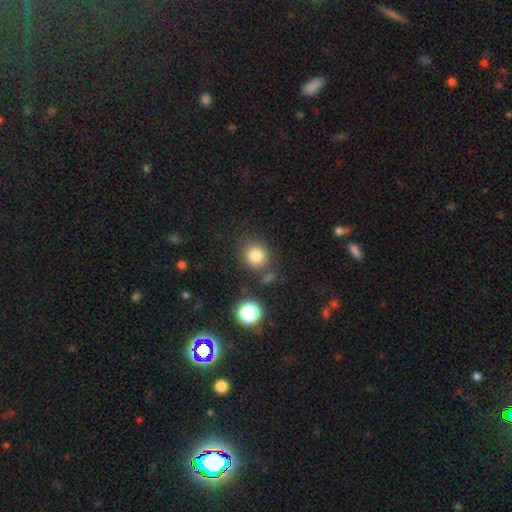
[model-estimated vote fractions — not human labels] Smooth or featured: smooth — 82% (star or artifact — 12%)
How rounded: round — 88% (in between — 11%)
Merging: none — 76% (minor disturbance — 11%)